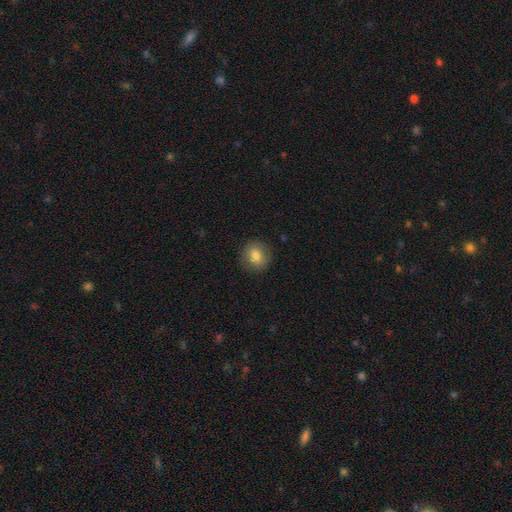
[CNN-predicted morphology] A smooth galaxy with no disk features (77%) that is round (75%). Merging: none (87%).